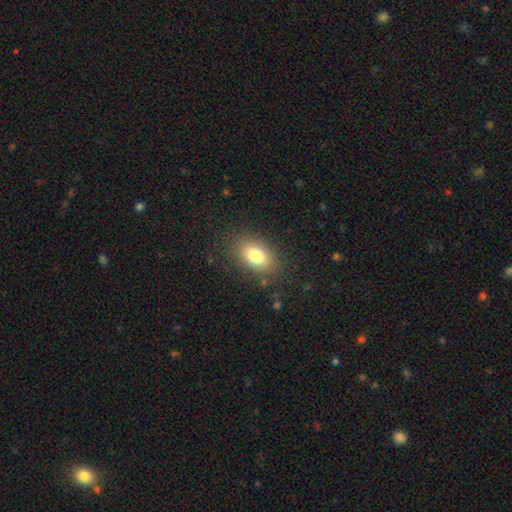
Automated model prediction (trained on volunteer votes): Smooth or featured? smooth (80%)
How rounded? in between (84%)
Merging? none (84%)